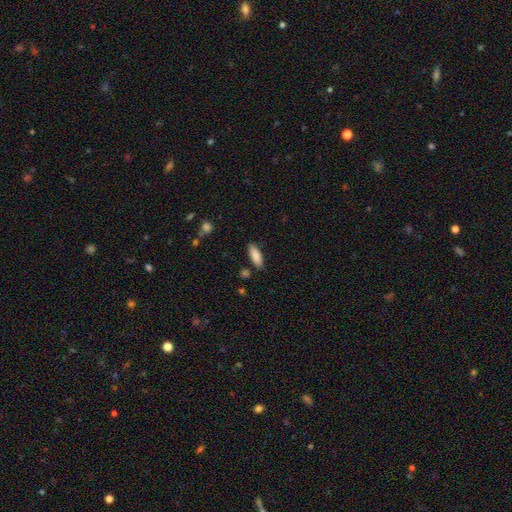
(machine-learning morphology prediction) This appears to be a smooth galaxy with no disk features (87%) that is in between round and cigar-shaped (63%). Merging: none (83%).